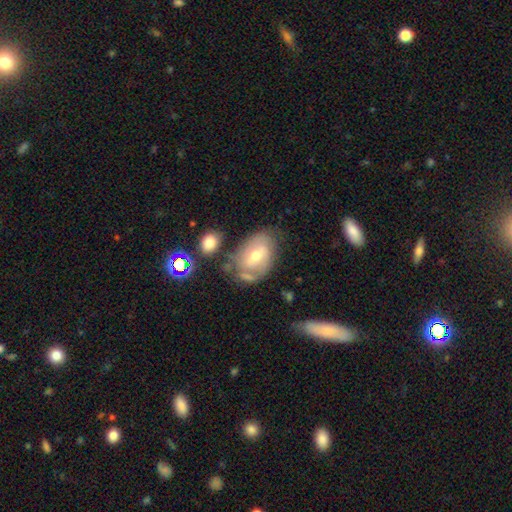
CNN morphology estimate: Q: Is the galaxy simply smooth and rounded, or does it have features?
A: featured or disk — 57%.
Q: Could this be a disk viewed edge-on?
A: no — 93%.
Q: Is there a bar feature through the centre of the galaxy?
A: weak — 45%.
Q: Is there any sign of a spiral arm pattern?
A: yes — 64%.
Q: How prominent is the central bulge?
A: moderate — 65%.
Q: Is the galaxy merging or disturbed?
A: none — 51%.